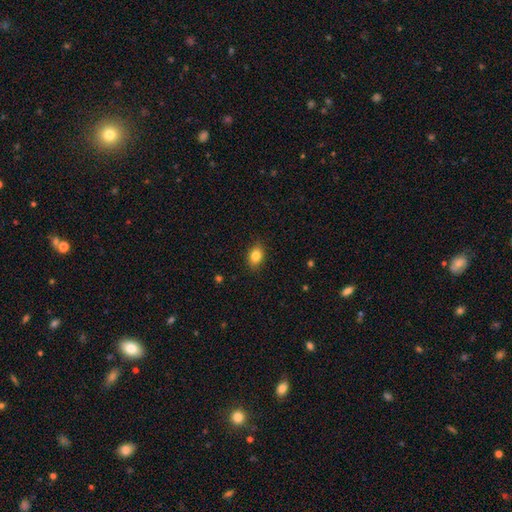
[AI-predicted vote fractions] A smooth galaxy with no disk features (84%) that is in between round and cigar-shaped (71%). Merging: none (86%).